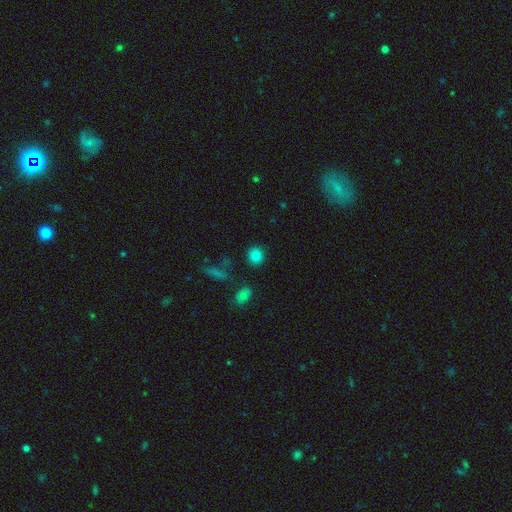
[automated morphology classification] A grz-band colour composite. It shows a smooth galaxy with no disk features (84%) that is round (82%). Merging: none (86%).